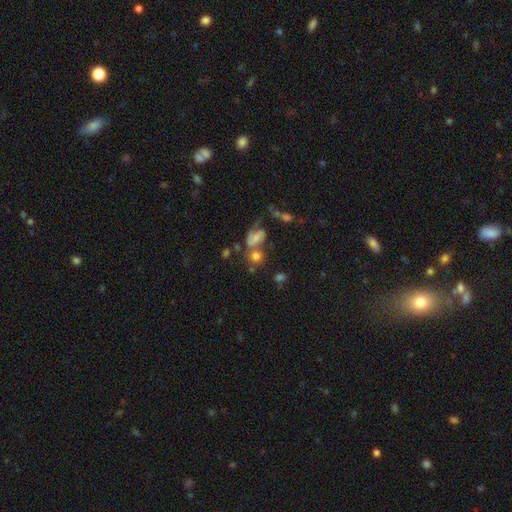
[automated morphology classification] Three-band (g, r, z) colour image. It shows a smooth galaxy with no disk features (55%) that is round (65%). Merging: none (41%).